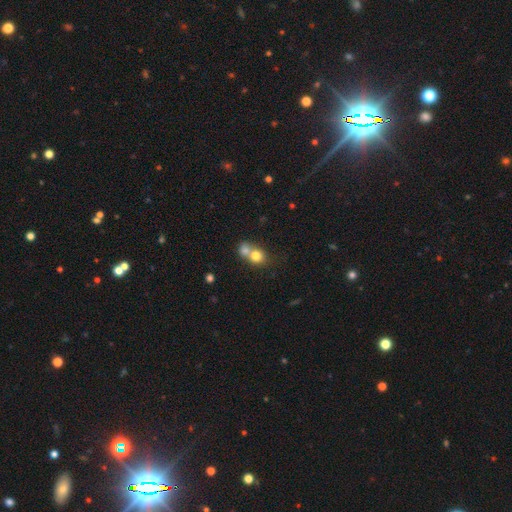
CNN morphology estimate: The model was most divided on "merging": merger: 64%, none: 27%, minor disturbance: 6%, major disturbance: 3%. More confident: smooth or featured — smooth (76%); how rounded — round (74%).